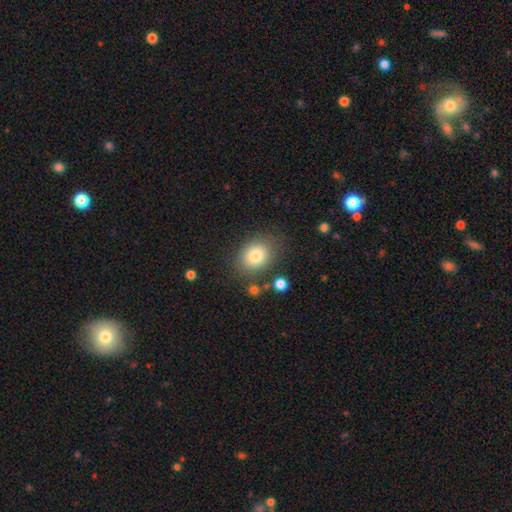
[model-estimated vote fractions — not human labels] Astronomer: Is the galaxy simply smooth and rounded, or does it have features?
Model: smooth — 81%.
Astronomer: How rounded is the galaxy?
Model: in between — 59% (runner-up: round, 40%).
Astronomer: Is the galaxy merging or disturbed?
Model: none — 77%.